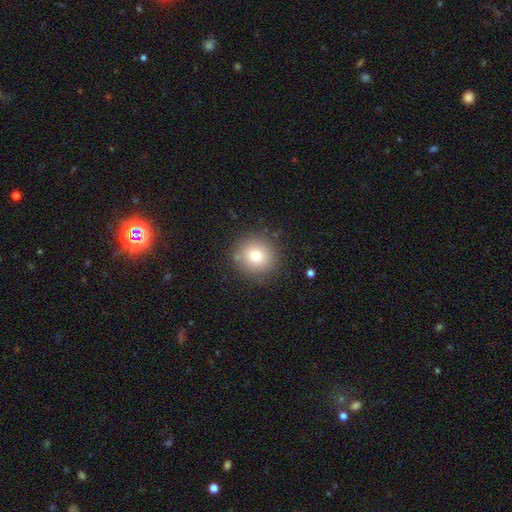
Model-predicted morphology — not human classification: The model was most divided on "smooth or featured": smooth: 79%, star or artifact: 11%, featured or disk: 9%. More confident: how rounded — round (90%); merging — none (86%).